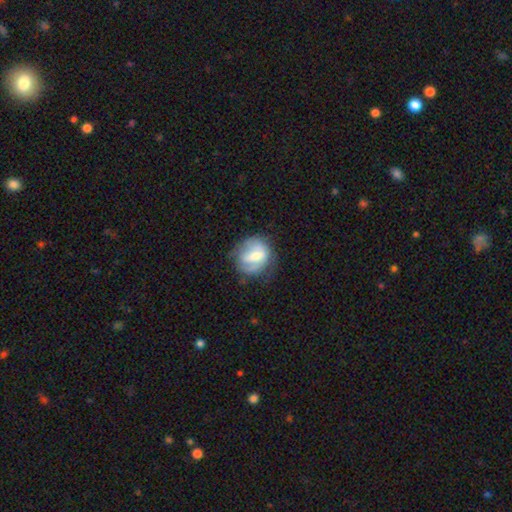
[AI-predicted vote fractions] This appears to be a featured or disk galaxy (49%). Merging: none (58%).